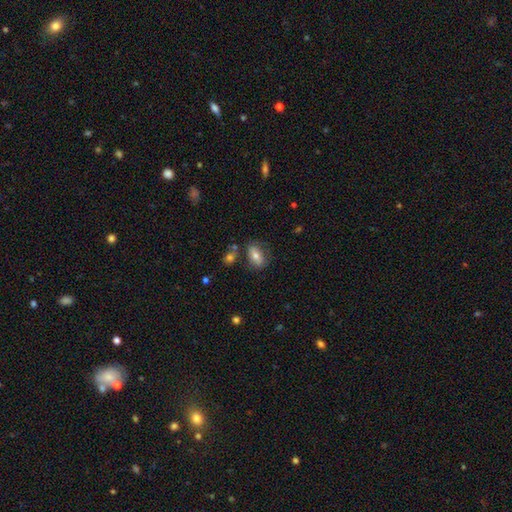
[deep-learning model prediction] Smooth or featured: smooth — 66% (featured or disk — 25%)
How rounded: in between — 85% (round — 11%)
Merging: none — 70% (minor disturbance — 17%)